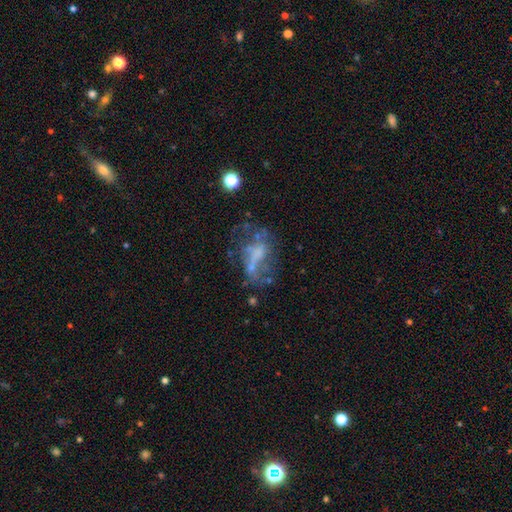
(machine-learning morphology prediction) type=featured or disk (57%); edge-on=no (95%); bar=no (64%); spiral arms=no (73%); bulge=none (64%); merging=none (37%).